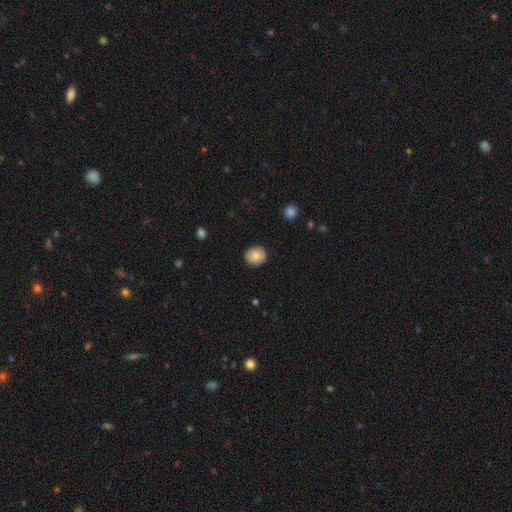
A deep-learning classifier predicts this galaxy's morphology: smooth_or_featured: smooth (p=0.83) [alt: featured or disk p=0.09]
how_rounded: round (p=0.85) [alt: in between p=0.14]
merging: none (p=0.89) [alt: minor disturbance p=0.08]